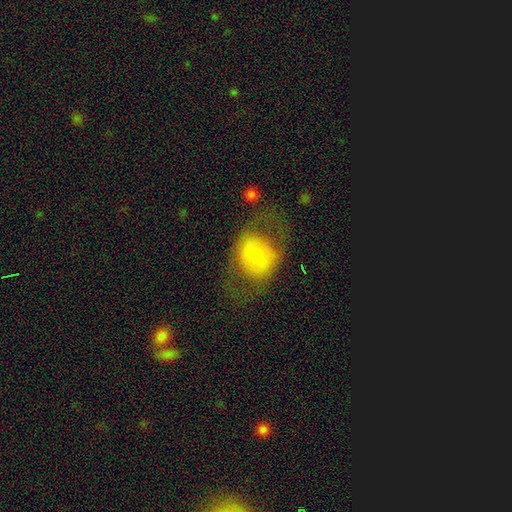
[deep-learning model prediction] smooth-or-featured: smooth: 63% | featured or disk: 29% | star or artifact: 8%
  how-rounded: round: 54% | in between: 44% | cigar-shaped: 1%
  merging: none: 51% | major disturbance: 25% | minor disturbance: 21% | merger: 3%